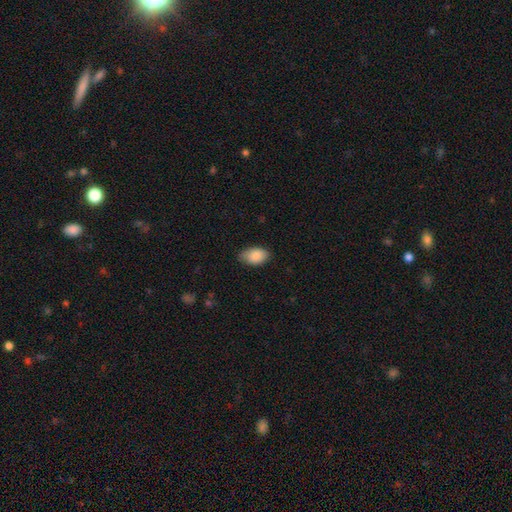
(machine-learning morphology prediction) smooth-or-featured: smooth: 87% | star or artifact: 7% | featured or disk: 6%
  how-rounded: in between: 91% | round: 7% | cigar-shaped: 1%
  merging: none: 77% | minor disturbance: 20% | major disturbance: 3% | merger: 1%